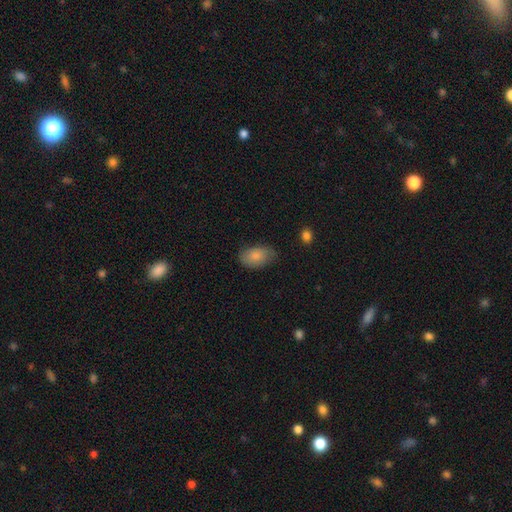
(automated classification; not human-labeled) Smooth or featured: smooth — 81% (featured or disk — 12%)
How rounded: in between — 91% (round — 7%)
Merging: none — 69% (minor disturbance — 25%)